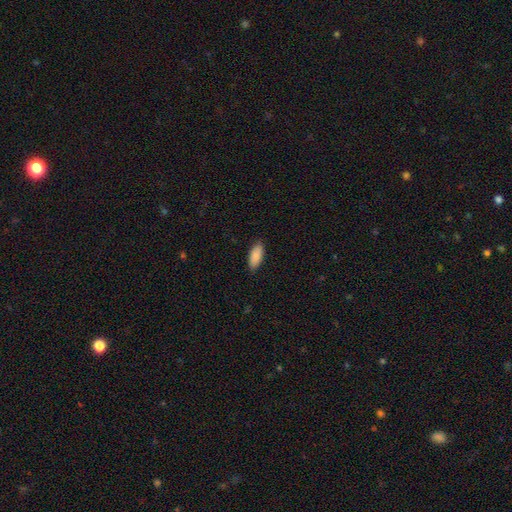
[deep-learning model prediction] Smooth or featured? smooth (87%)
How rounded? in between (84%)
Merging? none (86%)